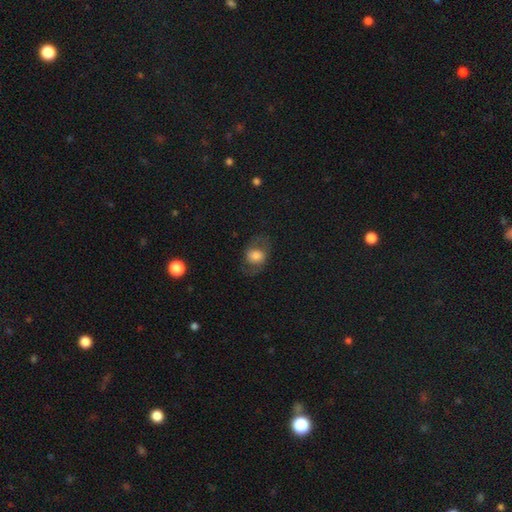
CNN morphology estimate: Smooth or featured?
  - smooth: 59% *
  - featured or disk: 33%
  - star or artifact: 8%
How rounded?
  - in between: 51% *
  - round: 47%
  - cigar-shaped: 1%
Merging?
  - none: 69% *
  - minor disturbance: 16%
  - major disturbance: 14%
  - merger: 1%